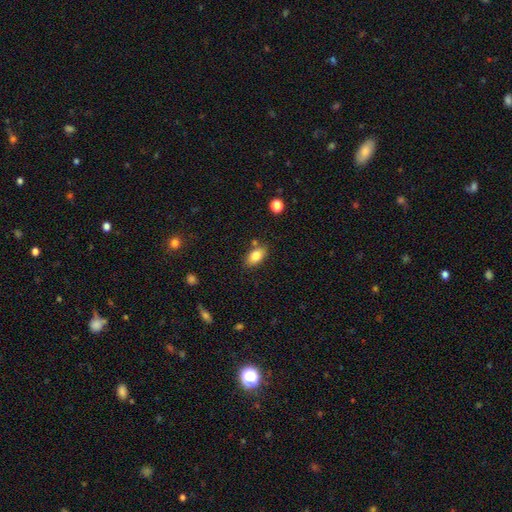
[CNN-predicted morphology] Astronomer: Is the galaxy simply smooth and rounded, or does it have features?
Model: smooth — 81%.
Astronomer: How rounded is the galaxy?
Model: in between — 88%.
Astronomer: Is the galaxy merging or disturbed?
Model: none — 78%.